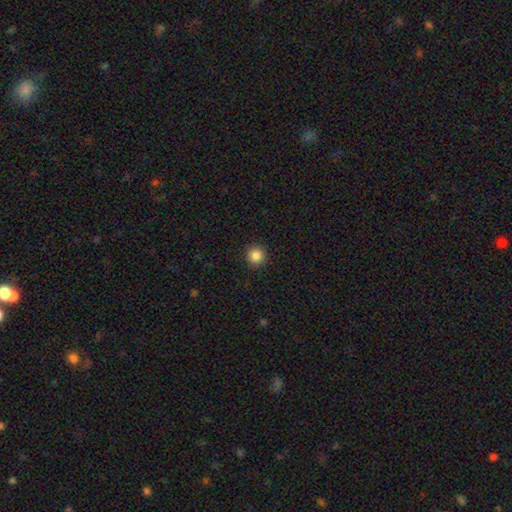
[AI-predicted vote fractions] A smooth galaxy with no disk features (86%) that is round (95%). Merging: none (93%).